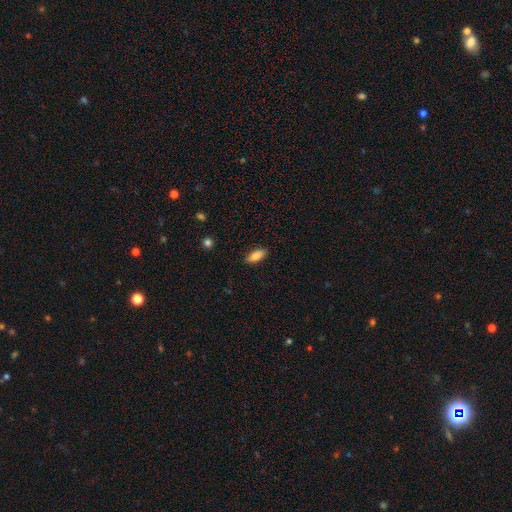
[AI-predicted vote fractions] A smooth galaxy with no disk features (80%) that is in between round and cigar-shaped (82%).

Vote fractions:
- Smooth or featured? smooth: 80% / featured or disk: 13% / star or artifact: 7%
- How rounded? in between: 82% / cigar-shaped: 16% / round: 2%
- Merging? none: 88% / minor disturbance: 9% / major disturbance: 2% / merger: 1%